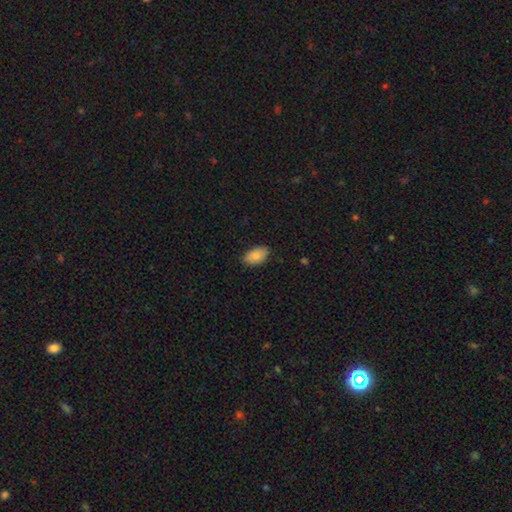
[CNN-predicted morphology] Q: Smooth or featured?
A: smooth (86%); runner-up: featured or disk (7%)
Q: How rounded?
A: in between (93%); runner-up: round (5%)
Q: Merging?
A: none (86%); runner-up: minor disturbance (11%)